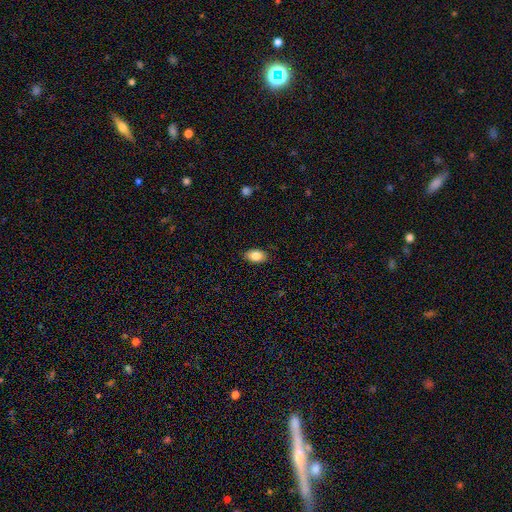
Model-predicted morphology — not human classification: type=smooth (84%); roundness=in between (89%); merging=none (87%).